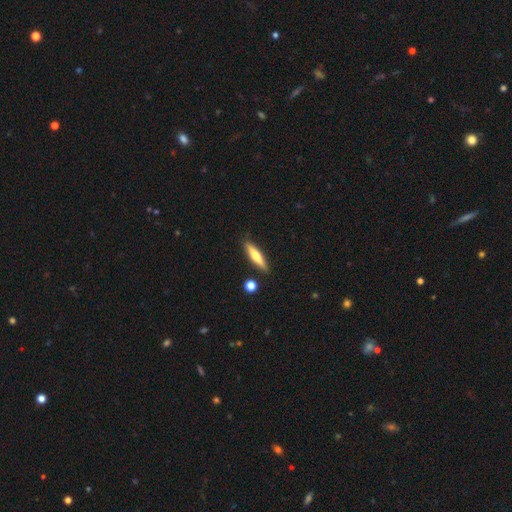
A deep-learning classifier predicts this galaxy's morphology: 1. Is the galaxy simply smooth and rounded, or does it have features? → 55% smooth, 38% featured or disk, 6% star or artifact.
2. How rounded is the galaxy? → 81% cigar-shaped, 17% in between, 2% round.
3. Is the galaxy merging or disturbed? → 86% none, 9% minor disturbance, 3% merger, 2% major disturbance.